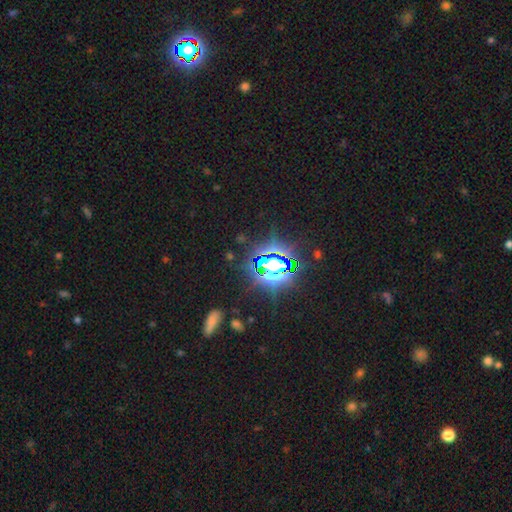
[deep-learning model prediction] A star or artifact, not a galaxy (79%).